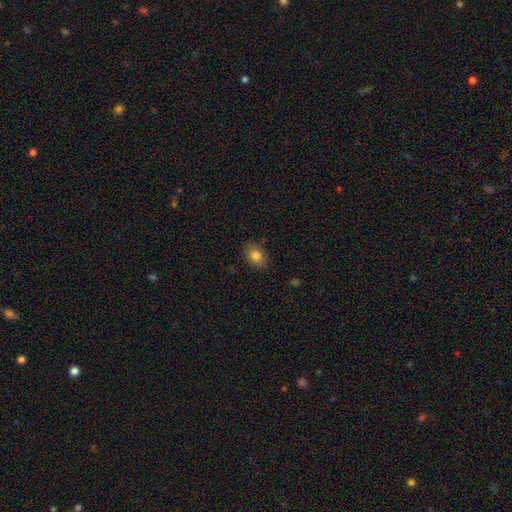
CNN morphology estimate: A smooth galaxy with no disk features (83%) that is in between round and cigar-shaped (80%).

Vote fractions:
- Smooth or featured? smooth: 83% / star or artifact: 9% / featured or disk: 8%
- How rounded? in between: 80% / round: 18% / cigar-shaped: 1%
- Merging? none: 85% / minor disturbance: 11% / major disturbance: 3% / merger: 1%